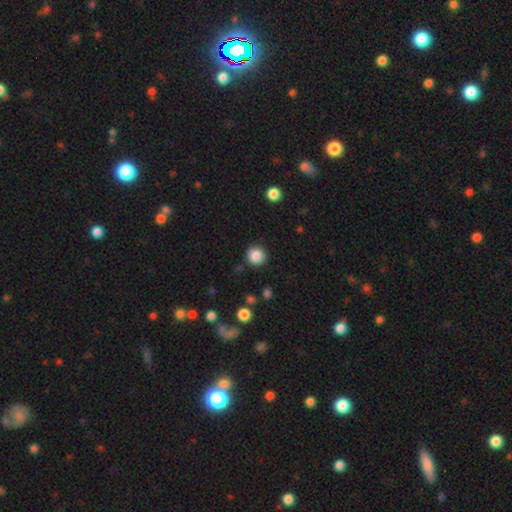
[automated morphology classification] A smooth galaxy with no disk features (86%) that is round (93%).

Vote fractions:
- Smooth or featured? smooth: 86% / star or artifact: 10% / featured or disk: 5%
- How rounded? round: 93% / in between: 6% / cigar-shaped: 1%
- Merging? none: 89% / minor disturbance: 7% / major disturbance: 2% / merger: 2%